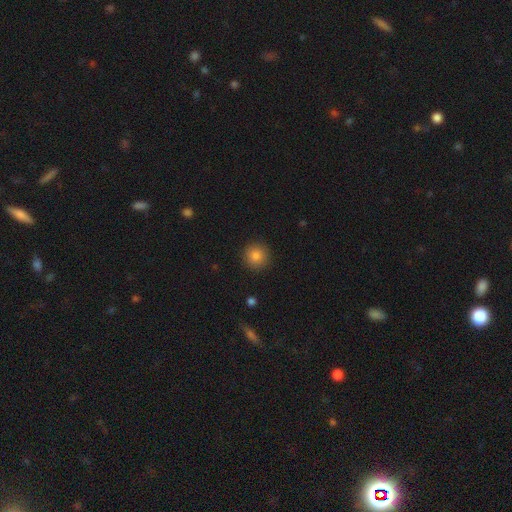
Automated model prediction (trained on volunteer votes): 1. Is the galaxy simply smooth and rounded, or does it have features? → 84% smooth, 10% star or artifact, 5% featured or disk.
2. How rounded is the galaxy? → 95% round, 4% in between, 1% cigar-shaped.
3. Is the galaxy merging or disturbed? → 91% none, 6% minor disturbance, 2% major disturbance, 1% merger.